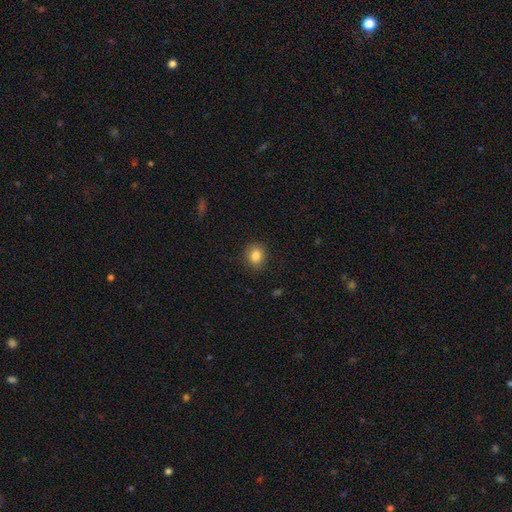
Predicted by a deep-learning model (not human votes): Smooth or featured?
  - smooth: 84% *
  - star or artifact: 10%
  - featured or disk: 6%
How rounded?
  - round: 69% *
  - in between: 30%
  - cigar-shaped: 1%
Merging?
  - none: 86% *
  - minor disturbance: 10%
  - major disturbance: 3%
  - merger: 1%